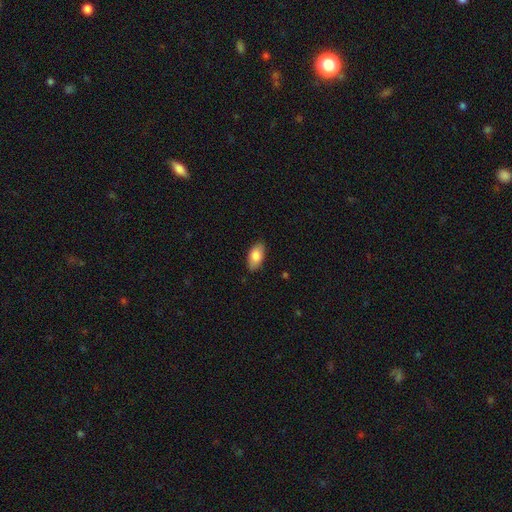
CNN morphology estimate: Smooth or featured? smooth (84%)
How rounded? in between (93%)
Merging? none (86%)